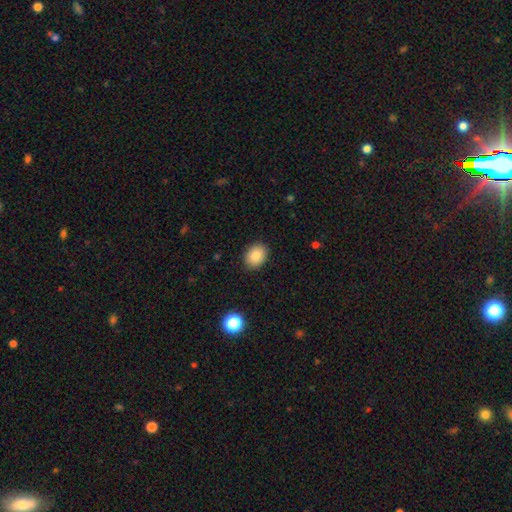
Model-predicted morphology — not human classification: smooth 85%, star or artifact 9%, featured or disk 6%. Down the decision tree: how rounded — in between (58%); merging — none (89%).